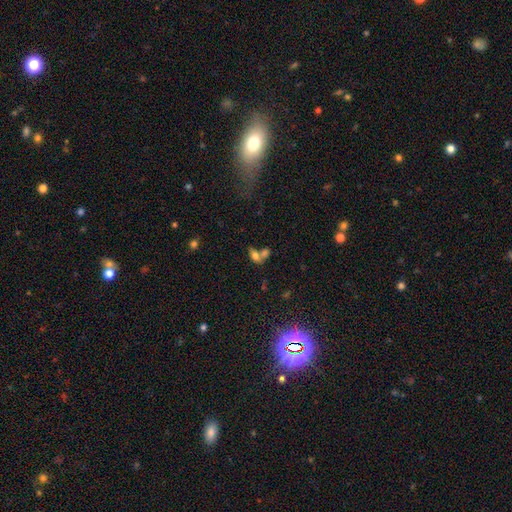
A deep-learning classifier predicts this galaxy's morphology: A smooth galaxy with no disk features (69%) that is in between round and cigar-shaped (81%).

Vote fractions:
- Smooth or featured? smooth: 69% / featured or disk: 18% / star or artifact: 13%
- How rounded? in between: 81% / round: 15% / cigar-shaped: 5%
- Merging? merger: 56% / none: 29% / minor disturbance: 9% / major disturbance: 5%